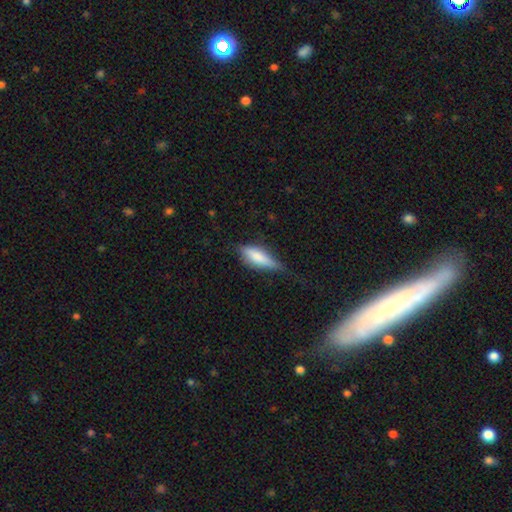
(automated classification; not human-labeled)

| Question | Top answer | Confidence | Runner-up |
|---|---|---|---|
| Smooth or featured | smooth | 64% | featured or disk (29%) |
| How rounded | in between | 50% | cigar-shaped (47%) |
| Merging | none | 52% | minor disturbance (33%) |